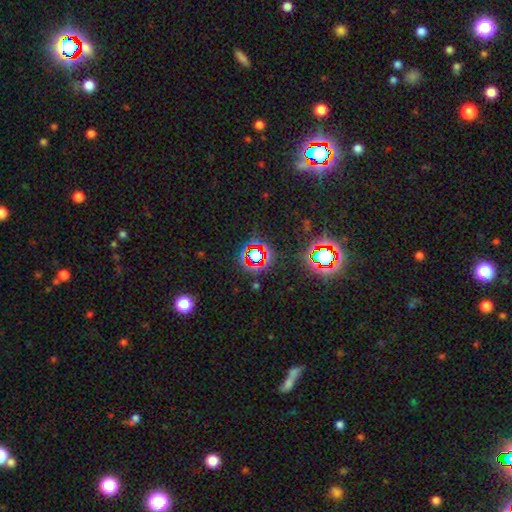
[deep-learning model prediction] This appears to be a star or artifact, not a galaxy (72%).